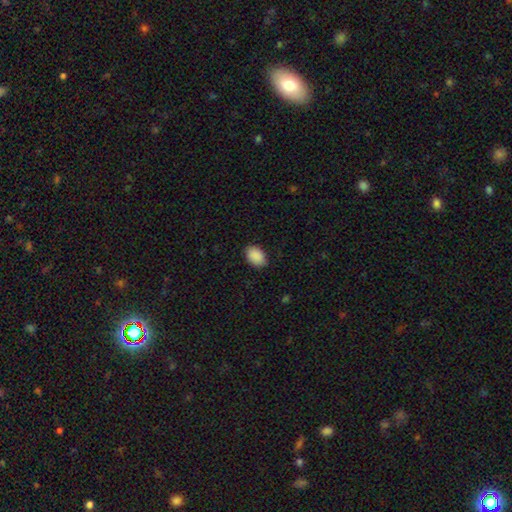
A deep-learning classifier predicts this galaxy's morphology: A smooth galaxy with no disk features (91%) that is in between round and cigar-shaped (86%).

Vote fractions:
- Smooth or featured? smooth: 91% / star or artifact: 7% / featured or disk: 3%
- How rounded? in between: 86% / round: 13% / cigar-shaped: 1%
- Merging? none: 86% / minor disturbance: 11% / major disturbance: 2% / merger: 1%